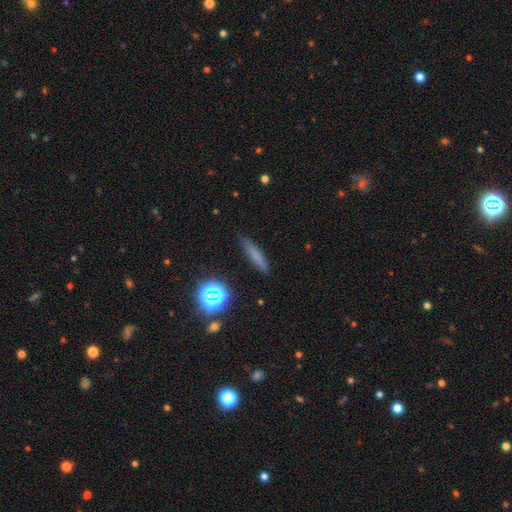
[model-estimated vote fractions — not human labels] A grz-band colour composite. It shows a smooth galaxy with no disk features (66%) that is cigar-shaped (87%). Merging: none (83%).